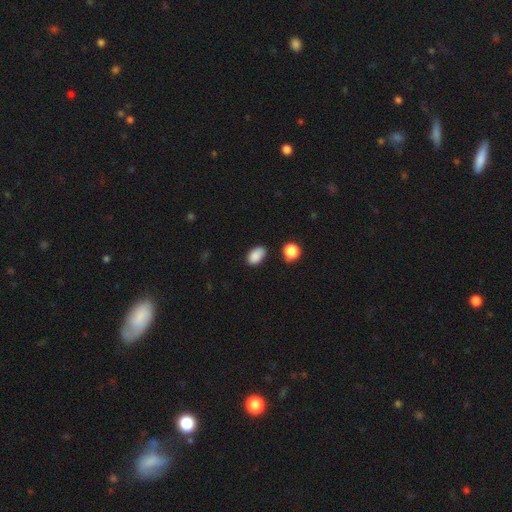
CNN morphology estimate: A smooth galaxy with no disk features (87%) that is in between round and cigar-shaped (89%).

Vote fractions:
- Smooth or featured? smooth: 87% / star or artifact: 9% / featured or disk: 4%
- How rounded? in between: 89% / round: 10% / cigar-shaped: 1%
- Merging? none: 74% / minor disturbance: 19% / major disturbance: 4% / merger: 3%